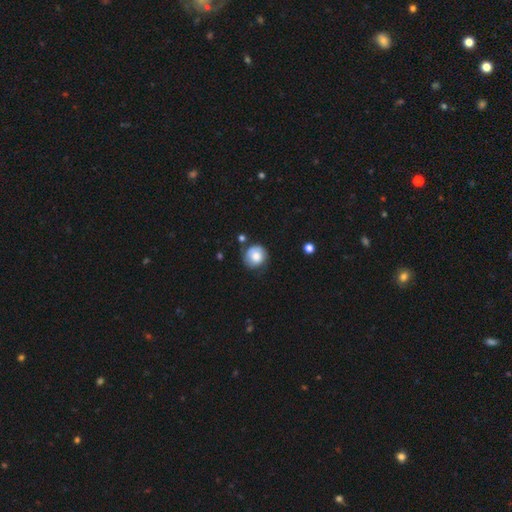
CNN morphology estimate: A smooth galaxy with no disk features (73%) that is round (89%). Merging: none (65%).